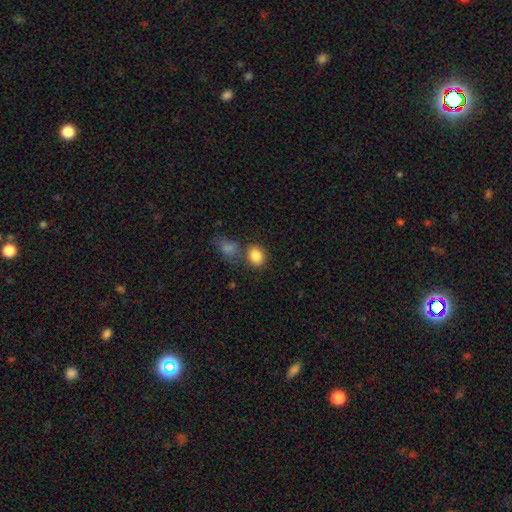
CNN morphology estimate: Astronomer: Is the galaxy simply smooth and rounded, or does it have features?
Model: smooth — 85%.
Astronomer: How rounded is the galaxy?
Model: round — 52% (runner-up: in between, 47%).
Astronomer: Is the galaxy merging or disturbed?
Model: none — 63%.